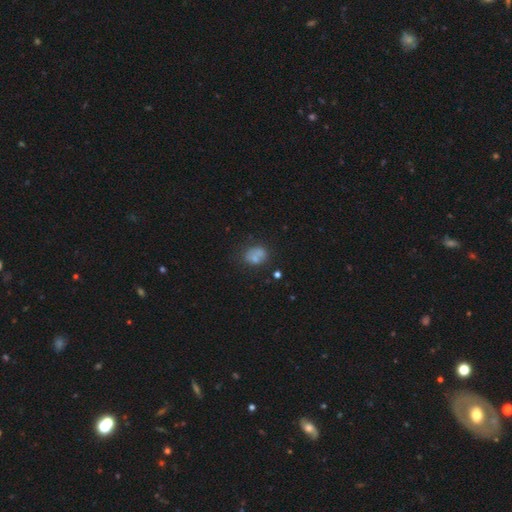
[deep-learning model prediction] smooth-or-featured: smooth: 63% | featured or disk: 24% | star or artifact: 14%
  how-rounded: in between: 50% | round: 49% | cigar-shaped: 1%
  merging: none: 41% | merger: 28% | minor disturbance: 20% | major disturbance: 11%